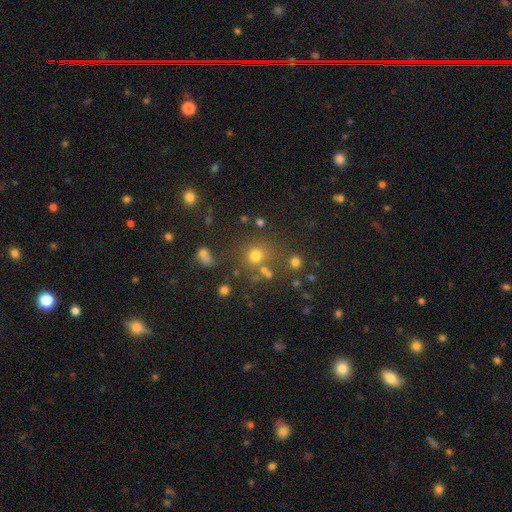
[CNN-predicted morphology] smooth_or_featured: smooth (p=0.70) [alt: star or artifact p=0.21]
how_rounded: round (p=0.84) [alt: in between p=0.15]
merging: none (p=0.71) [alt: merger p=0.12]